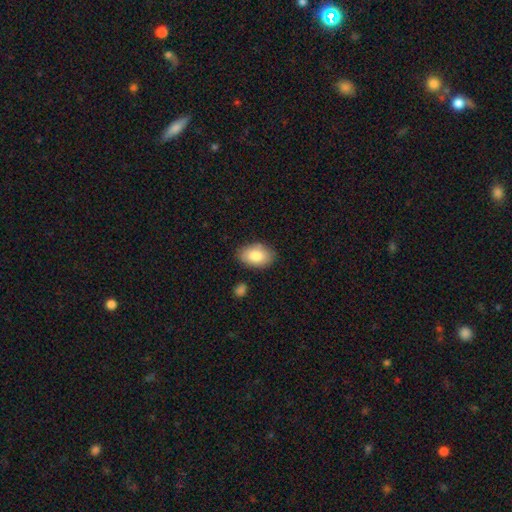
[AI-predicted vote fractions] This is clearly a smooth galaxy (85%). How rounded: clearly in between (92%). Merging: clearly none (82%).